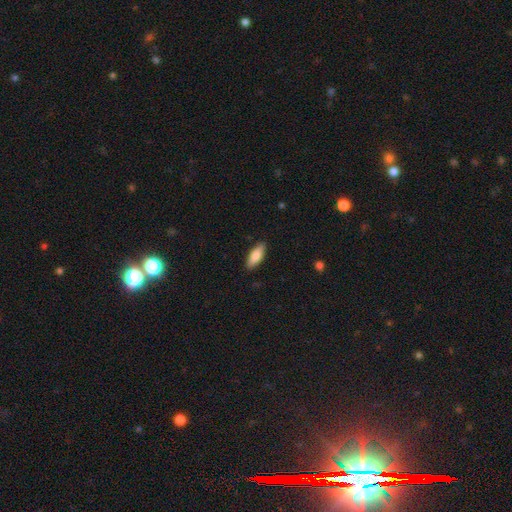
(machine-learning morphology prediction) Q: Smooth or featured?
A: smooth (84%); runner-up: featured or disk (11%)
Q: How rounded?
A: in between (73%); runner-up: cigar-shaped (25%)
Q: Merging?
A: none (88%); runner-up: minor disturbance (9%)